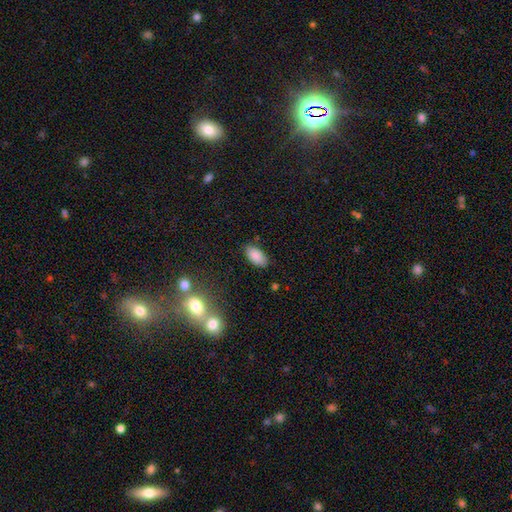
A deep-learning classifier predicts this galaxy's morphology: Smooth or featured? smooth (86%)
How rounded? in between (94%)
Merging? none (83%)